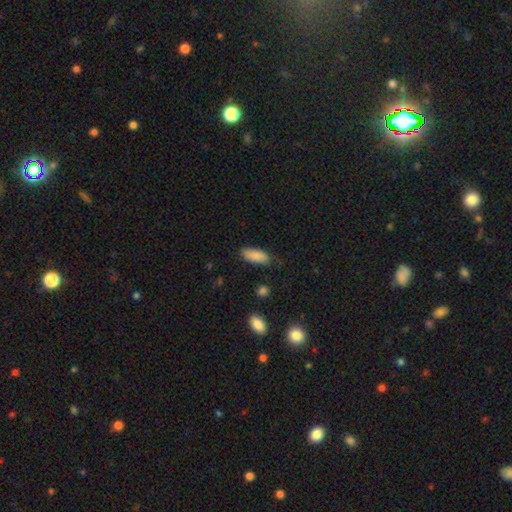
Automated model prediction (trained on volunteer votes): smooth_or_featured: smooth (p=0.84) [alt: featured or disk p=0.09]
how_rounded: in between (p=0.82) [alt: cigar-shaped p=0.16]
merging: none (p=0.77) [alt: minor disturbance p=0.18]